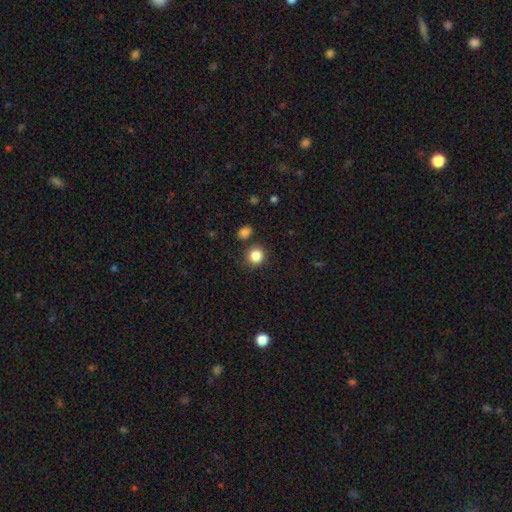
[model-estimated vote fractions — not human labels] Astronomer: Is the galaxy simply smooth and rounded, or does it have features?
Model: smooth — 86%.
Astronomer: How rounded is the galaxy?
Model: round — 88%.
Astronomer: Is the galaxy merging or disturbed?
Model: none — 82%.